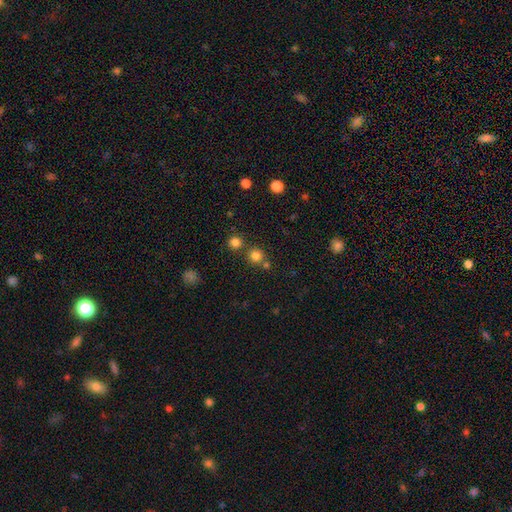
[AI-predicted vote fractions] Smooth or featured? Predicted: smooth (p=0.77). How rounded? Predicted: round (p=0.92). Merging? Predicted: none (p=0.72).